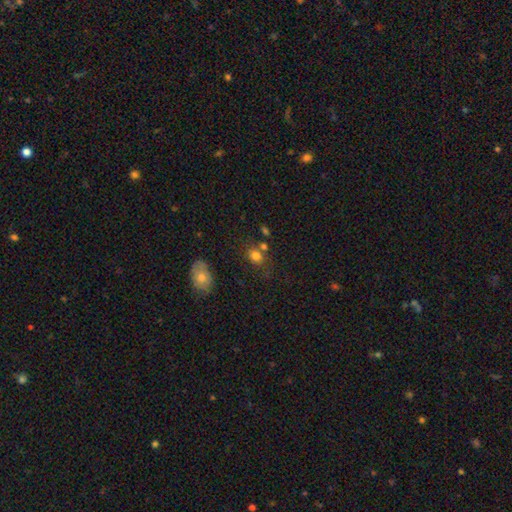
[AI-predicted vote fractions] Smooth or featured: smooth — 78% (star or artifact — 12%)
How rounded: round — 52% (in between — 47%)
Merging: none — 59% (merger — 19%)